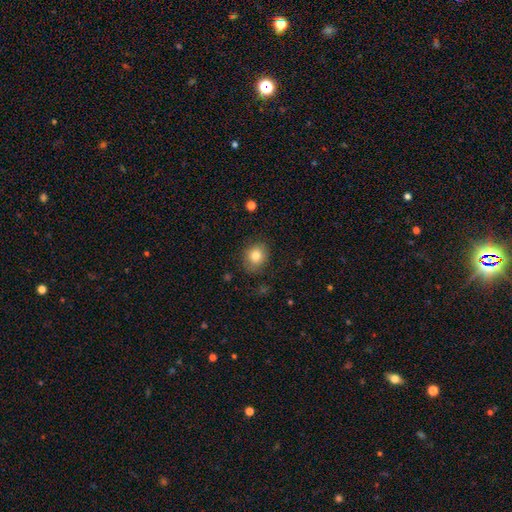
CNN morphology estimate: Smooth or featured?
  - smooth: 81% *
  - star or artifact: 10%
  - featured or disk: 9%
How rounded?
  - round: 69% *
  - in between: 30%
  - cigar-shaped: 1%
Merging?
  - none: 83% *
  - minor disturbance: 12%
  - major disturbance: 3%
  - merger: 1%